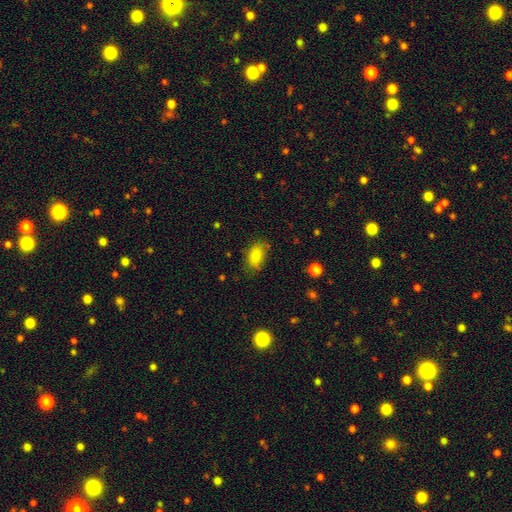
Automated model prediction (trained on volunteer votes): A smooth galaxy with no disk features (86%) that is in between round and cigar-shaped (90%). Merging: none (71%).